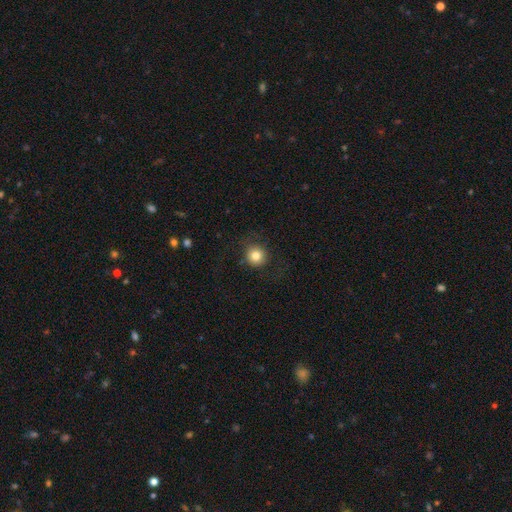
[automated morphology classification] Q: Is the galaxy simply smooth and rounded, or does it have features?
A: smooth — 81%.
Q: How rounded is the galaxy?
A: round — 92%.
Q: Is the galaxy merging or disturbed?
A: none — 83%.